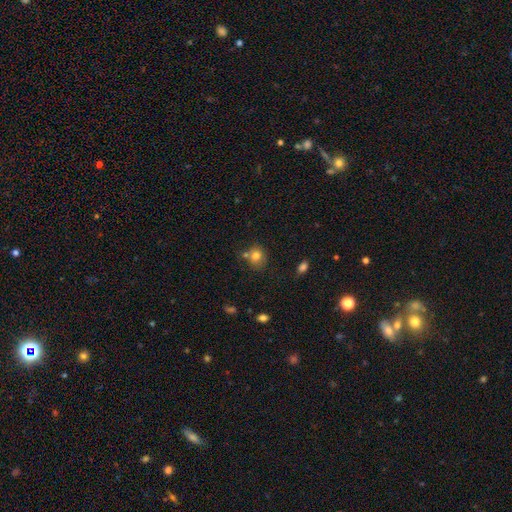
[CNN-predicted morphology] Smooth or featured? Predicted: smooth (p=0.78). How rounded? Predicted: round (p=0.71). Merging? Predicted: none (p=0.62).